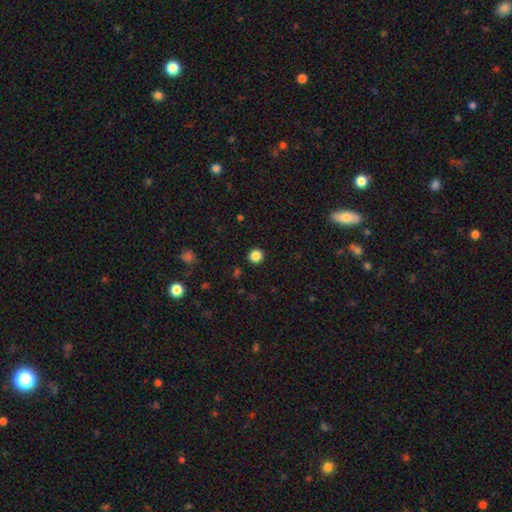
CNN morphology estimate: The model was most divided on "smooth or featured": smooth: 86%, star or artifact: 11%, featured or disk: 3%. More confident: how rounded — round (93%); merging — none (92%).